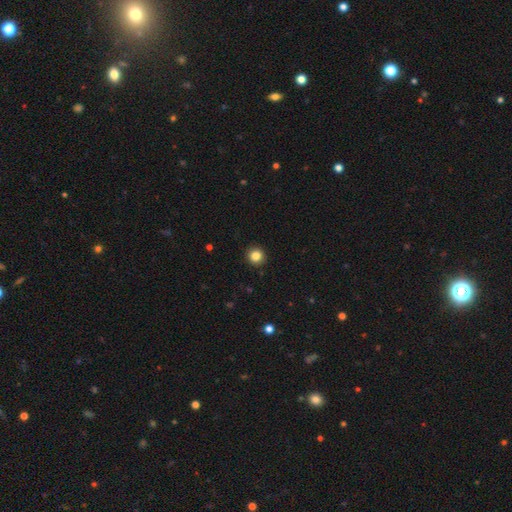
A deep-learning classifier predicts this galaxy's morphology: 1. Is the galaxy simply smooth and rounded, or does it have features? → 84% smooth, 11% star or artifact, 4% featured or disk.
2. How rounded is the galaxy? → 94% round, 5% in between, 1% cigar-shaped.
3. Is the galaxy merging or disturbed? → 93% none, 5% minor disturbance, 2% major disturbance, 1% merger.